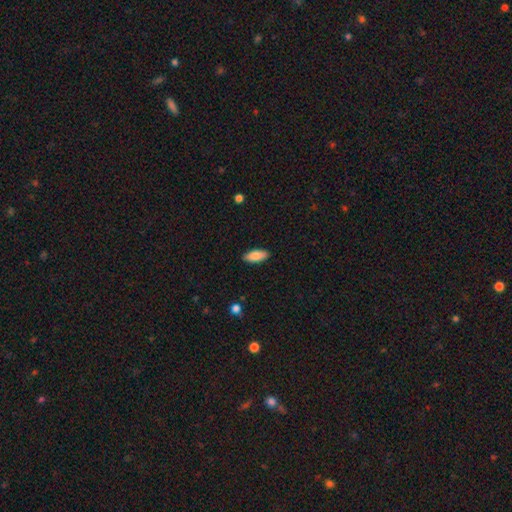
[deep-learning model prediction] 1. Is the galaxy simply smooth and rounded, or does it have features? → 86% smooth, 8% featured or disk, 6% star or artifact.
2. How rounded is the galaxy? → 80% in between, 18% cigar-shaped, 2% round.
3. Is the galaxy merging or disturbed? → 89% none, 8% minor disturbance, 2% major disturbance, 1% merger.